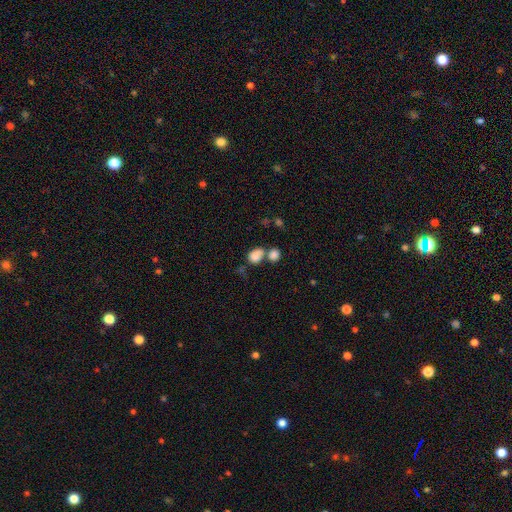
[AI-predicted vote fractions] A smooth galaxy with no disk features (82%) that is in between round and cigar-shaped (59%). Merging: merger (51%).